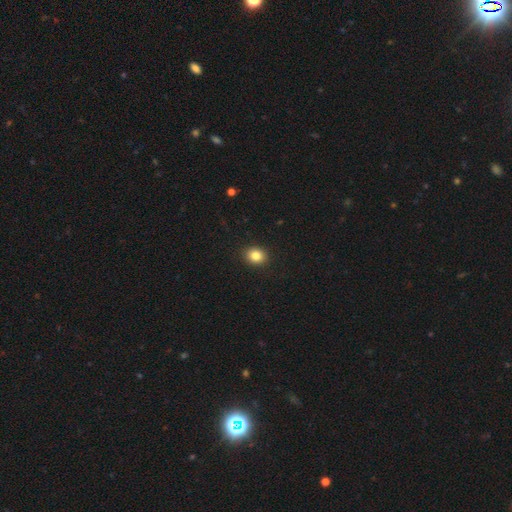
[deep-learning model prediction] smooth 84%, star or artifact 10%, featured or disk 6%. Down the decision tree: how rounded — round (62%); merging — none (91%).